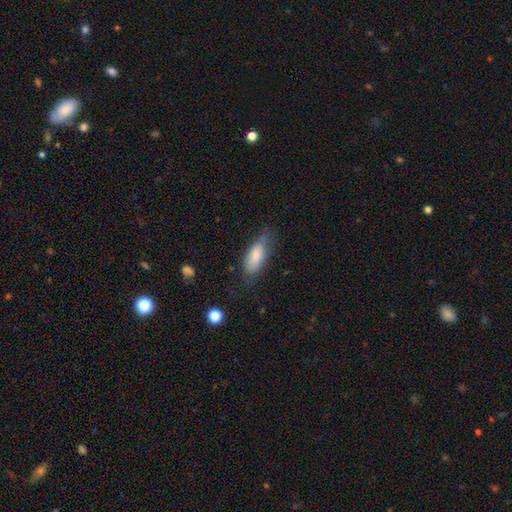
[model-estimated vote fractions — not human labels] Smooth or featured? Predicted: smooth (p=0.79). How rounded? Predicted: in between (p=0.76). Merging? Predicted: none (p=0.60).